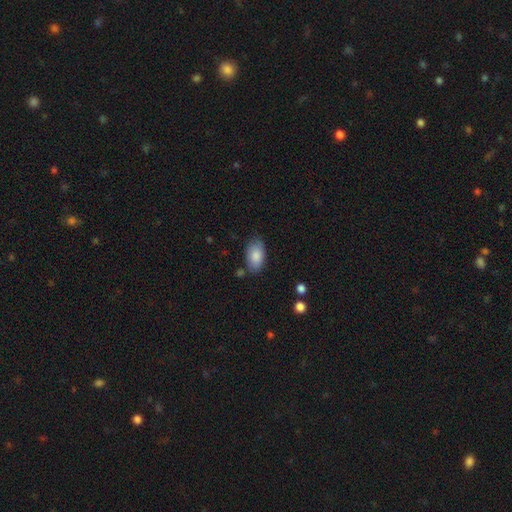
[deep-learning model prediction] Smooth or featured? smooth (86%)
How rounded? in between (93%)
Merging? none (76%)